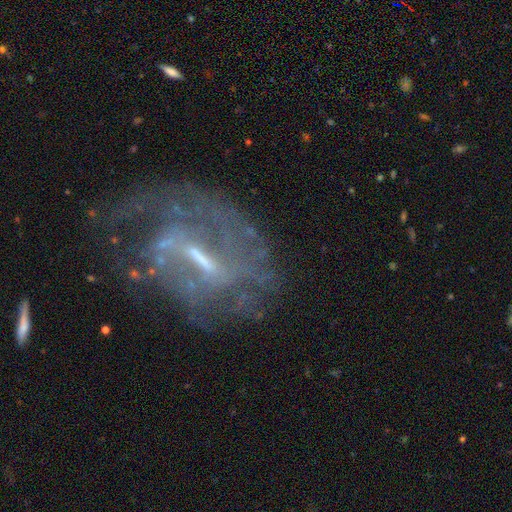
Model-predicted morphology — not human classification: This appears to be a featured or disk galaxy (80%) with a weak bar (46%), medium (39%) spiral arms (77%) and a small central bulge (48%). Merging: none (49%).